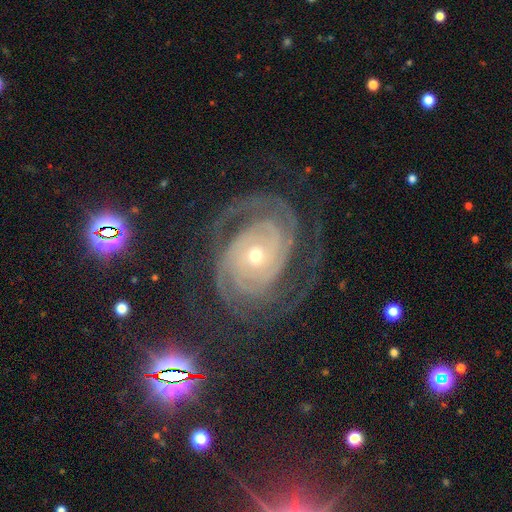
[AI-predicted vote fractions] Smooth or featured? featured or disk (90%)
Edge-on disk? no (97%)
Bar? no (73%)
Spiral arms? yes (98%)
Spiral winding? tight (75%)
Spiral arm count? 2 (48%)
Bulge size? small (55%)
Merging? none (72%)